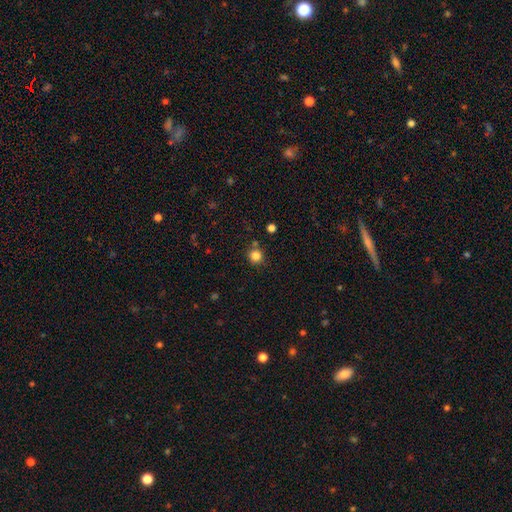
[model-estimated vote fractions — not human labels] A smooth galaxy with no disk features (83%) that is round (92%). Merging: none (79%).